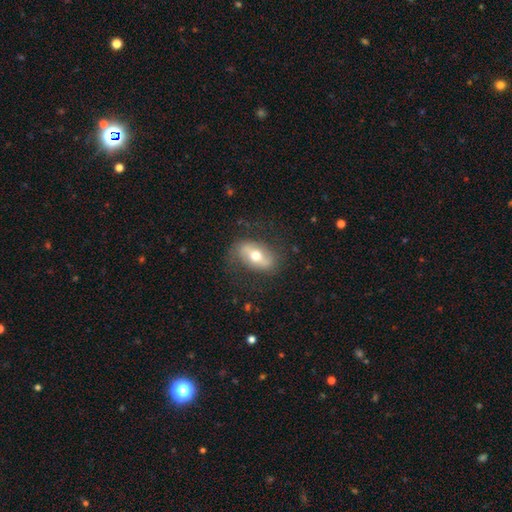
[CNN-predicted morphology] This appears to be a featured or disk galaxy (54%). Merging: none (74%).